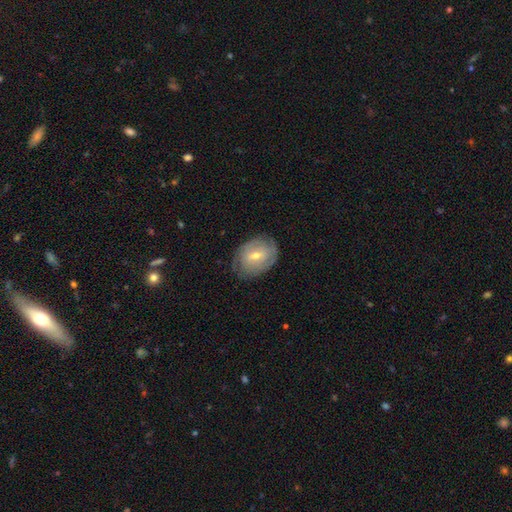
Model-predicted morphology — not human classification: type=featured or disk (61%); edge-on=no (95%); bar=weak (44%); spiral arms=yes (72%); bulge=moderate (50%); merging=none (76%).